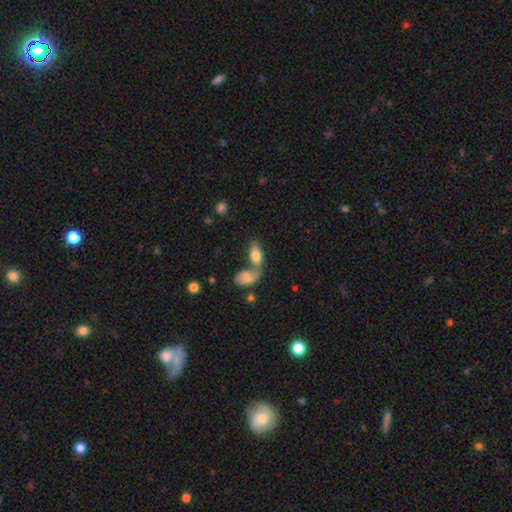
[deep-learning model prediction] This is likely a smooth galaxy (75%). How rounded: clearly in between (89%). Merging: possibly merger (57%).